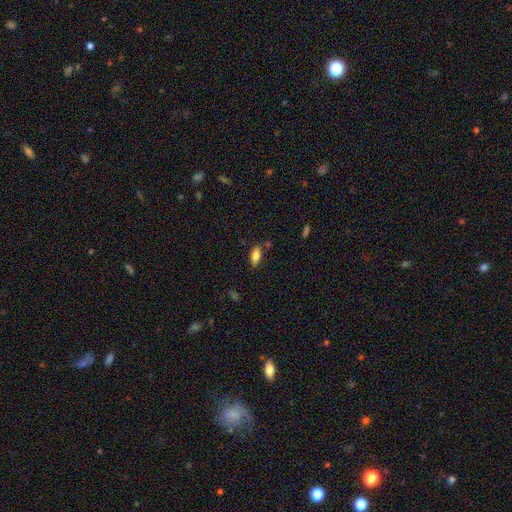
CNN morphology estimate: Smooth or featured? Predicted: smooth (p=0.80). How rounded? Predicted: in between (p=0.85). Merging? Predicted: none (p=0.77).